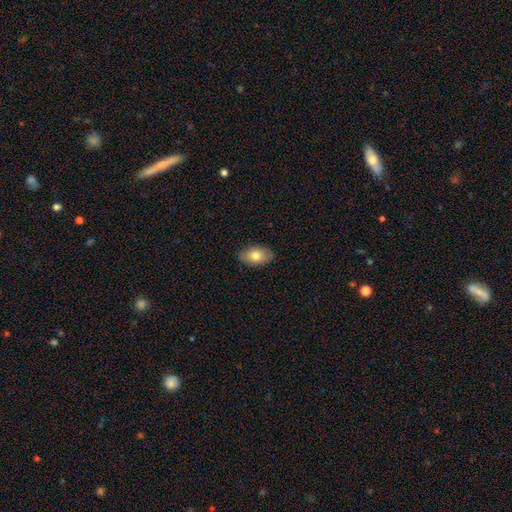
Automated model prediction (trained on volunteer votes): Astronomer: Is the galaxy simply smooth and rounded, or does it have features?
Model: smooth — 77%.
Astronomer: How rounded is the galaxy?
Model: in between — 91%.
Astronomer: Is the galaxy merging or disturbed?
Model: none — 87%.